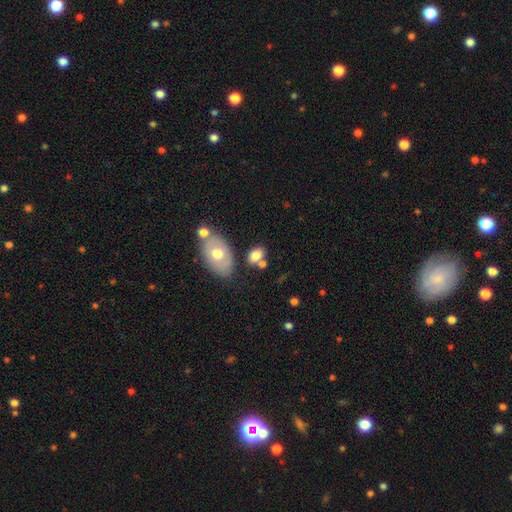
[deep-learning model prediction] A smooth galaxy with no disk features (76%) that is in between round and cigar-shaped (84%). Merging: none (56%).